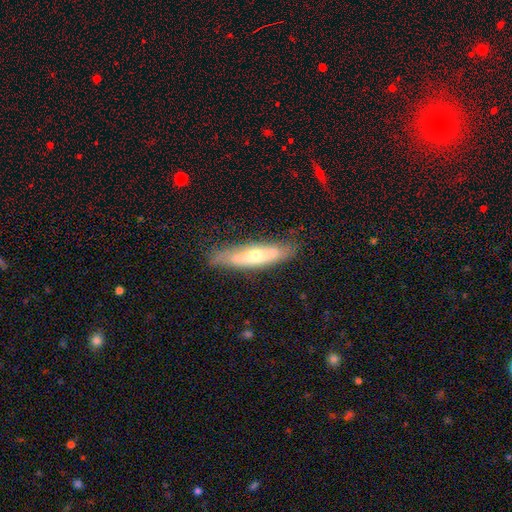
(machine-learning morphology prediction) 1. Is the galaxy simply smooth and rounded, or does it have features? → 49% featured or disk, 44% smooth, 6% star or artifact.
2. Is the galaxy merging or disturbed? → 77% none, 18% minor disturbance, 4% major disturbance, 2% merger.